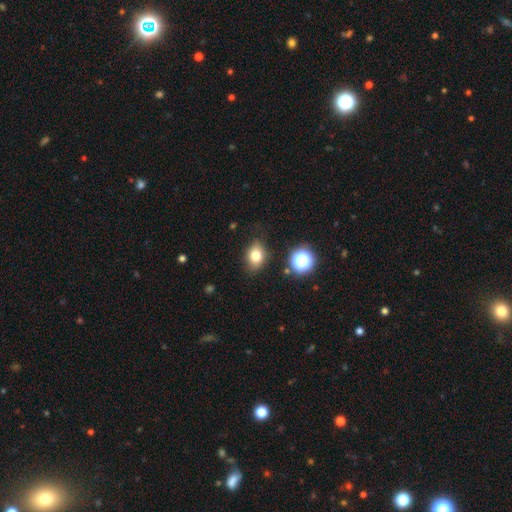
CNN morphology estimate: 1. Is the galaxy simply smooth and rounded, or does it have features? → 77% smooth, 12% star or artifact, 10% featured or disk.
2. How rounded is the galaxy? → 68% in between, 31% round, 1% cigar-shaped.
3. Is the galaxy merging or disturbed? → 82% none, 13% minor disturbance, 3% major disturbance, 2% merger.